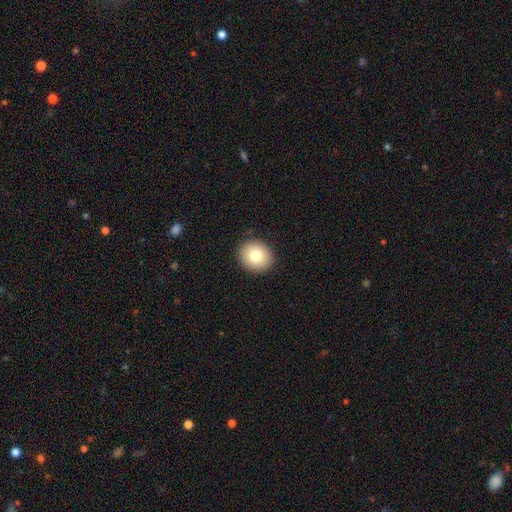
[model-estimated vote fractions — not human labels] The model was most divided on "how rounded": round: 81%, in between: 18%, cigar-shaped: 1%. More confident: merging — none (91%); smooth or featured — smooth (78%).